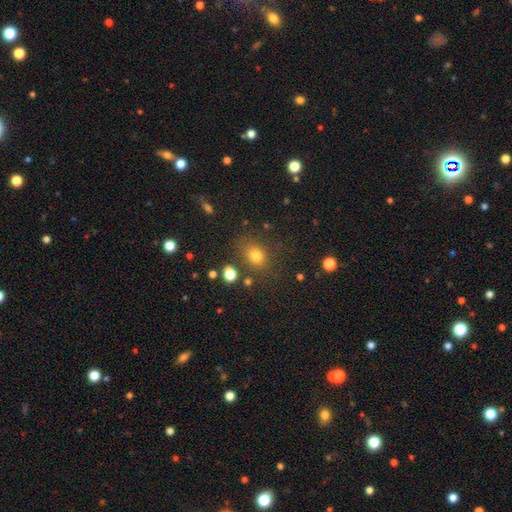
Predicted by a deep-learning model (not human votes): Smooth or featured: smooth — 76% (star or artifact — 16%)
How rounded: in between — 50% (round — 49%)
Merging: none — 75% (minor disturbance — 13%)